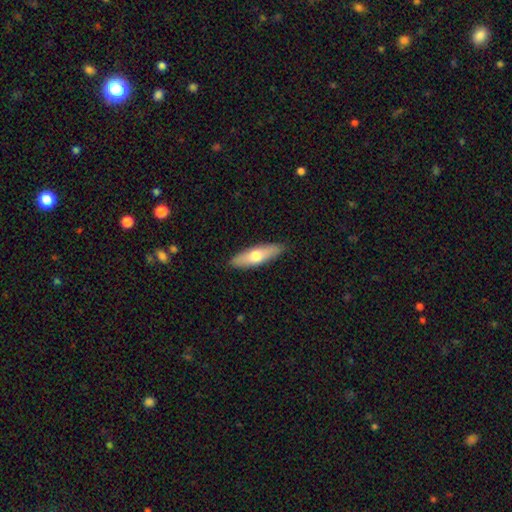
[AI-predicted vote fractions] Smooth or featured?
  - smooth: 61% *
  - featured or disk: 34%
  - star or artifact: 5%
How rounded?
  - cigar-shaped: 55% *
  - in between: 43%
  - round: 2%
Merging?
  - none: 88% *
  - minor disturbance: 9%
  - major disturbance: 2%
  - merger: 1%